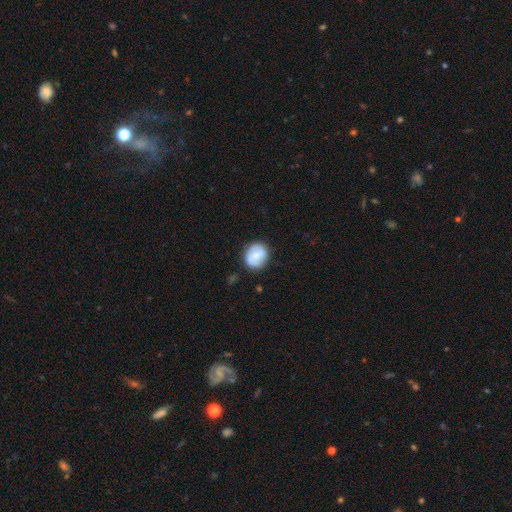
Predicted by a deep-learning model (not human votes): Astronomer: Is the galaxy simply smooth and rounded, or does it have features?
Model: smooth — 62%.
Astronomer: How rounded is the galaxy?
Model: round — 71%.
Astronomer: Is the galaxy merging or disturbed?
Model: none — 81%.